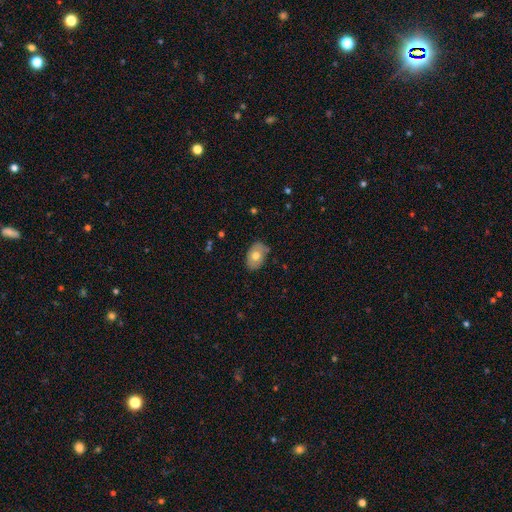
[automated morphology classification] Smooth or featured: smooth — 67% (featured or disk — 25%)
How rounded: in between — 83% (round — 15%)
Merging: none — 76% (minor disturbance — 19%)